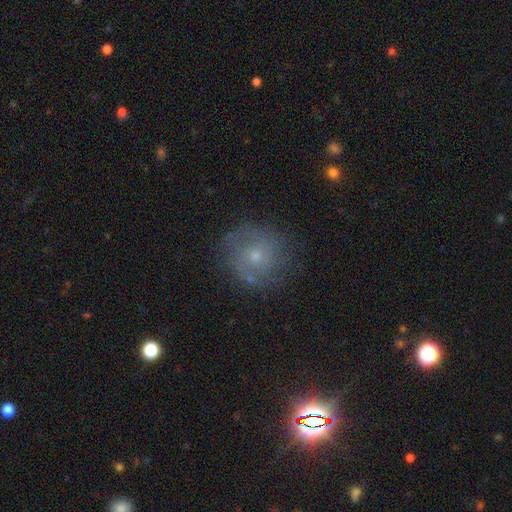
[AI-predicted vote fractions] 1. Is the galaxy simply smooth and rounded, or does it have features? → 48% featured or disk, 36% smooth, 17% star or artifact.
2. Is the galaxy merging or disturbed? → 76% none, 16% minor disturbance, 7% major disturbance, 2% merger.